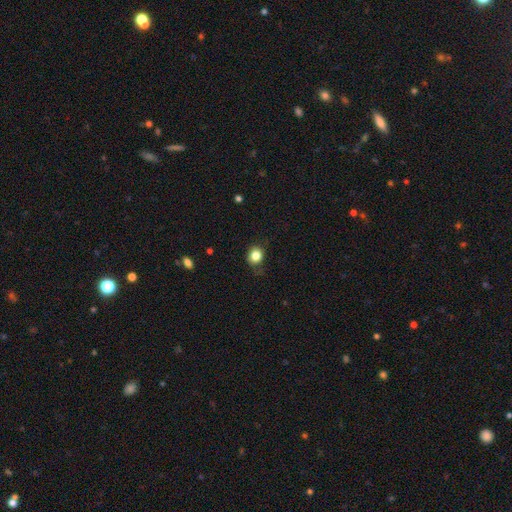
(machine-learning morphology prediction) A smooth galaxy with no disk features (83%) that is round (76%).

Vote fractions:
- Smooth or featured? smooth: 83% / star or artifact: 10% / featured or disk: 6%
- How rounded? round: 76% / in between: 23% / cigar-shaped: 1%
- Merging? none: 68% / minor disturbance: 23% / major disturbance: 7% / merger: 1%